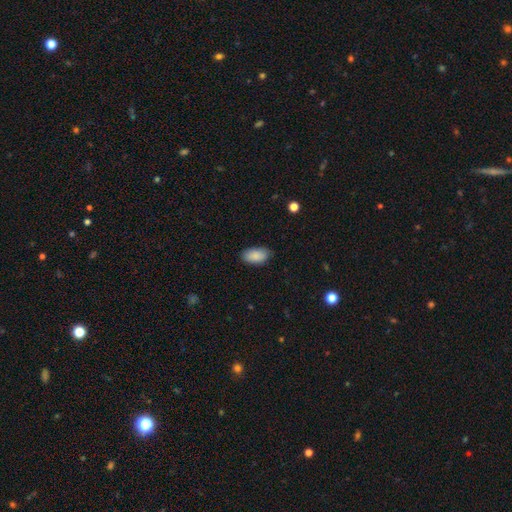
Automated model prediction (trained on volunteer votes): smooth 89%, star or artifact 6%, featured or disk 5%. Down the decision tree: how rounded — in between (95%); merging — none (83%).